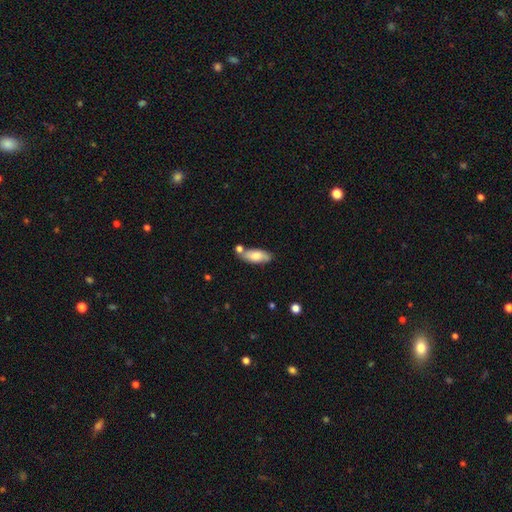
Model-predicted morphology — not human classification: Smooth or featured? smooth (72%)
How rounded? in between (79%)
Merging? none (67%)